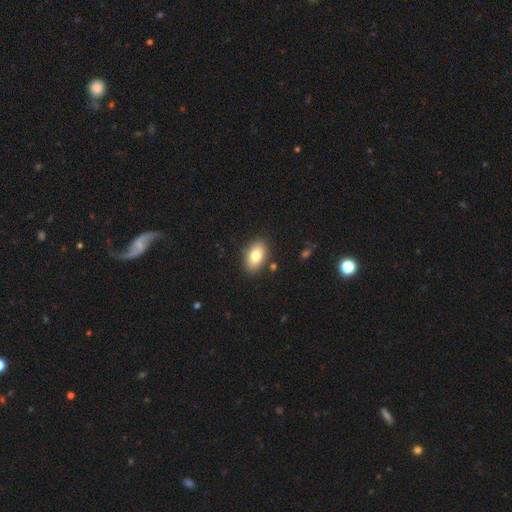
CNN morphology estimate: Smooth or featured? Predicted: smooth (p=0.81). How rounded? Predicted: in between (p=0.91). Merging? Predicted: none (p=0.86).